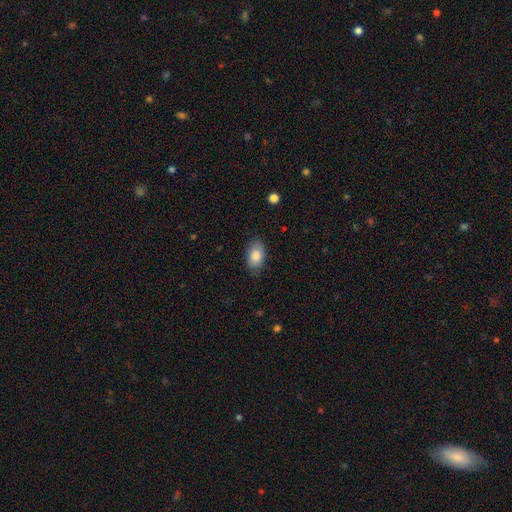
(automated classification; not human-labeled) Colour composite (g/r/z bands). It shows a smooth galaxy with no disk features (84%) that is in between round and cigar-shaped (91%). Merging: none (81%).